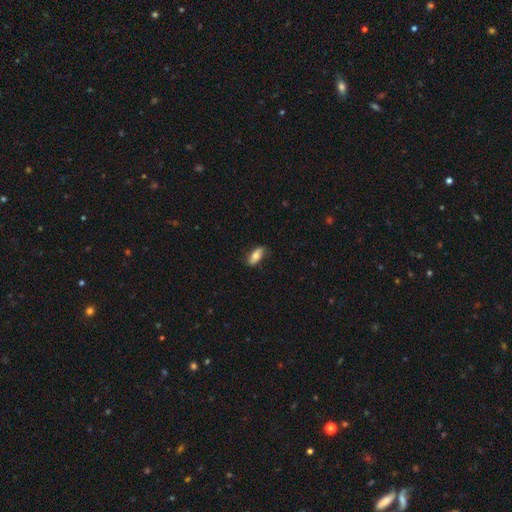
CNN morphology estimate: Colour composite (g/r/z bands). It shows a smooth galaxy with no disk features (72%) that is in between round and cigar-shaped (79%). Merging: none (80%).